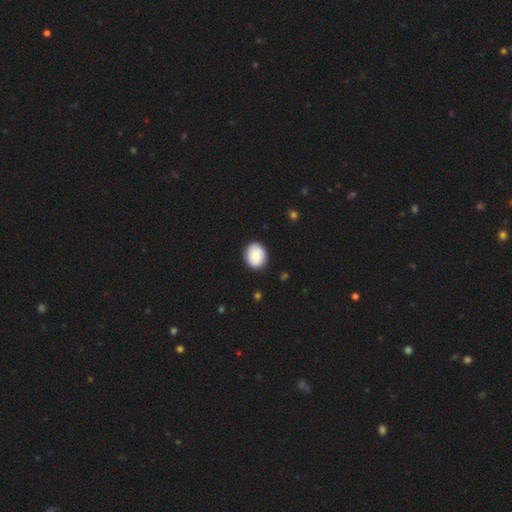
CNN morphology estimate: type=smooth (78%); roundness=round (66%); merging=none (88%).